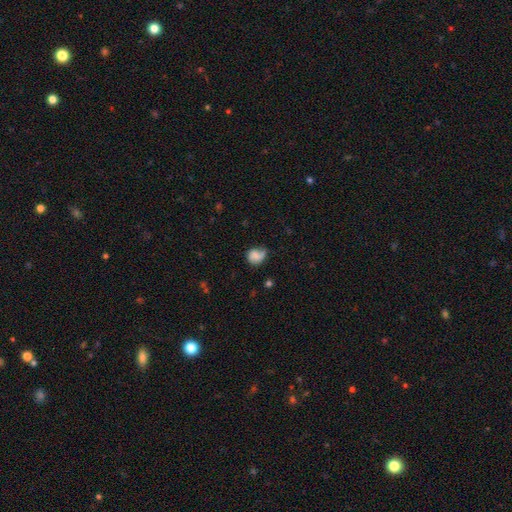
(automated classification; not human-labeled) smooth 63%, featured or disk 28%, star or artifact 9%. Down the decision tree: how rounded — round (54%); merging — none (42%).